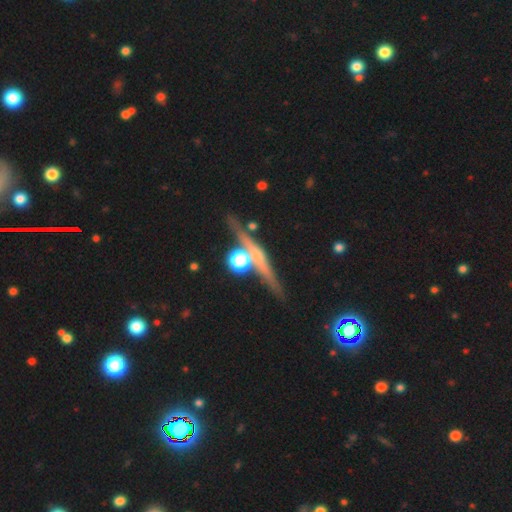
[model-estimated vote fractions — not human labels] featured or disk 65%, smooth 22%, star or artifact 13%. Down the decision tree: edge-on disk — yes (94%); edge-on bulge — rounded (59%); merging — none (76%).